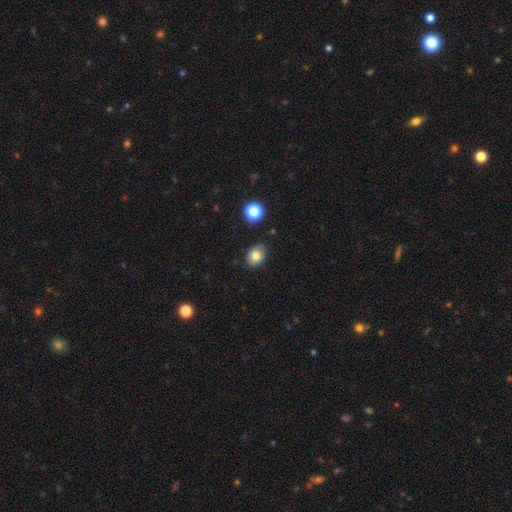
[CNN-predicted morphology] Smooth or featured: smooth — 79% (star or artifact — 10%)
How rounded: in between — 62% (round — 37%)
Merging: none — 82% (minor disturbance — 13%)